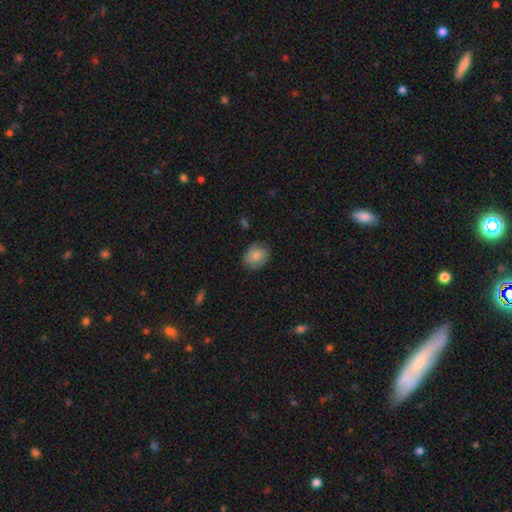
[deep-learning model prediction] smooth-or-featured: smooth: 82% | featured or disk: 11% | star or artifact: 7%
  how-rounded: in between: 60% | round: 39% | cigar-shaped: 1%
  merging: none: 76% | minor disturbance: 18% | major disturbance: 4% | merger: 1%